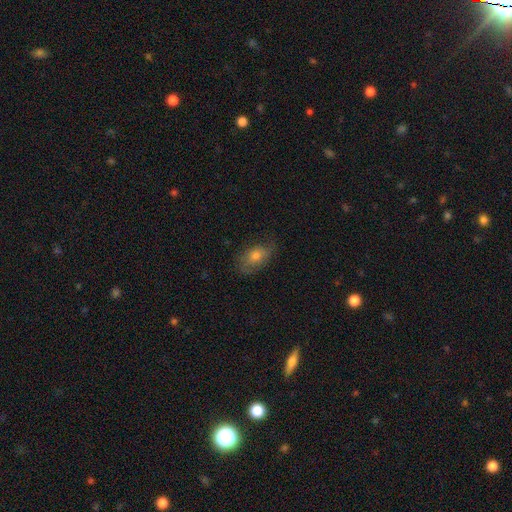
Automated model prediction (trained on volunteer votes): Q: Smooth or featured?
A: smooth (64%); runner-up: featured or disk (27%)
Q: How rounded?
A: in between (86%); runner-up: round (11%)
Q: Merging?
A: none (66%); runner-up: minor disturbance (25%)